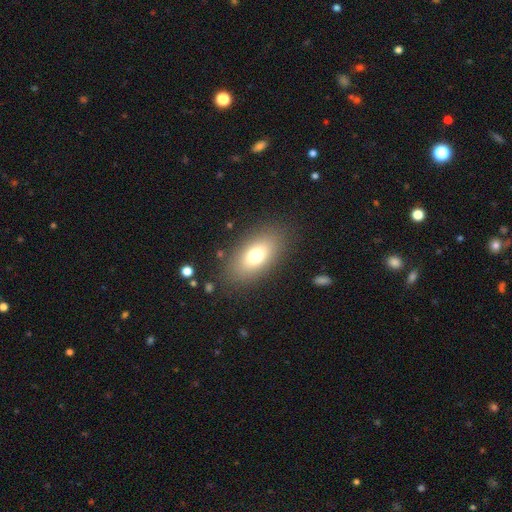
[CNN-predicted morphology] type=smooth (72%); roundness=in between (87%); merging=none (84%).